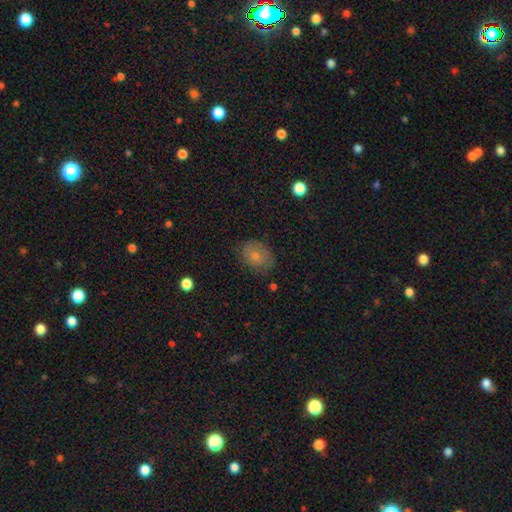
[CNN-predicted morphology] smooth 74%, featured or disk 17%, star or artifact 9%. Down the decision tree: how rounded — in between (64%); merging — none (73%).